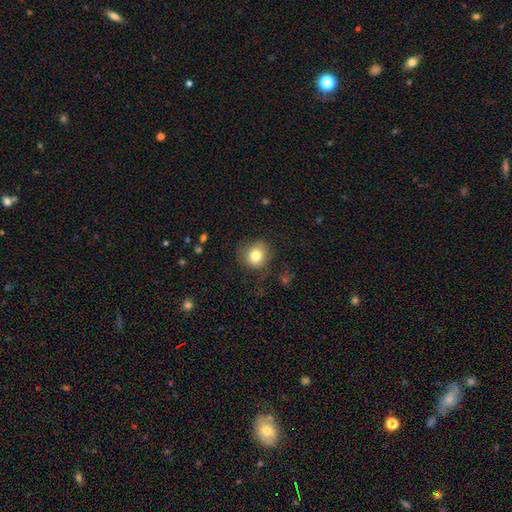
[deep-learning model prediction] Smooth or featured? Predicted: smooth (p=0.79). How rounded? Predicted: round (p=0.84). Merging? Predicted: none (p=0.71).